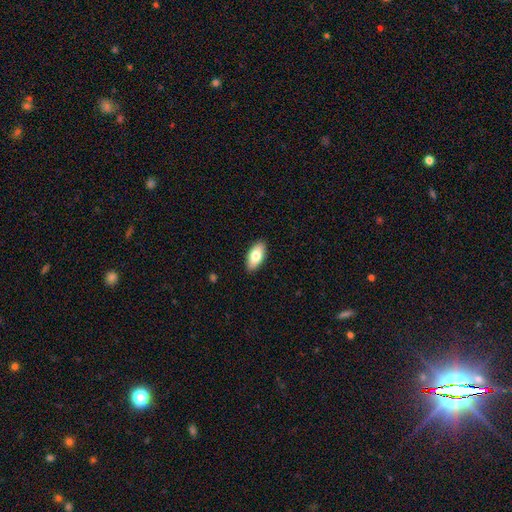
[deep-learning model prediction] smooth_or_featured: smooth (p=0.77) [alt: featured or disk p=0.17]
how_rounded: in between (p=0.90) [alt: cigar-shaped p=0.07]
merging: none (p=0.89) [alt: minor disturbance p=0.08]